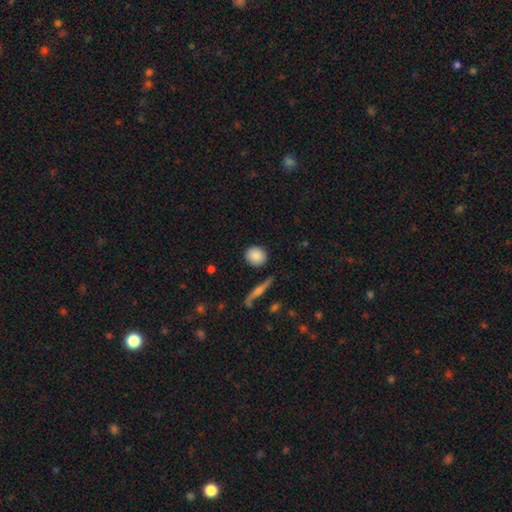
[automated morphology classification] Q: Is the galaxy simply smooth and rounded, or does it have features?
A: smooth — 86%.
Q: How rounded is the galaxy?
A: round — 80%.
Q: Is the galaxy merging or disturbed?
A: none — 86%.